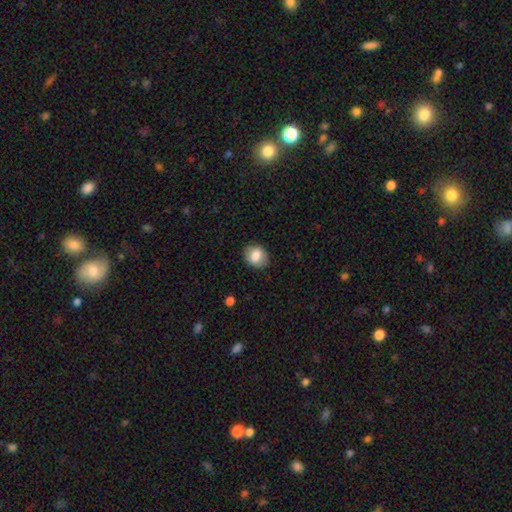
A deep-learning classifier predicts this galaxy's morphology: smooth-or-featured: smooth: 81% | featured or disk: 11% | star or artifact: 8%
  how-rounded: round: 58% | in between: 41% | cigar-shaped: 1%
  merging: none: 87% | minor disturbance: 9% | major disturbance: 2% | merger: 1%